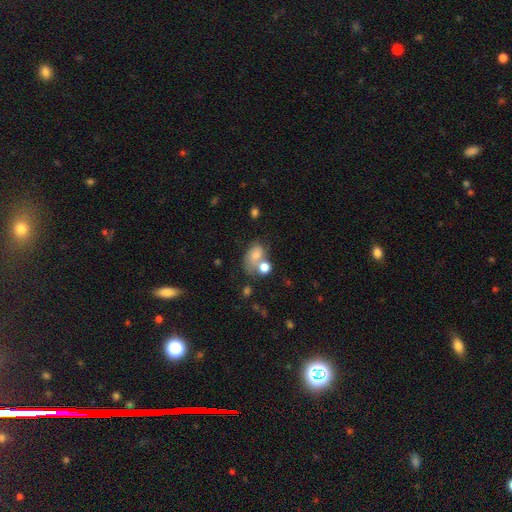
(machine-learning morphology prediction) Q: Smooth or featured?
A: smooth (68%); runner-up: featured or disk (20%)
Q: How rounded?
A: in between (70%); runner-up: round (29%)
Q: Merging?
A: merger (40%); runner-up: none (28%)